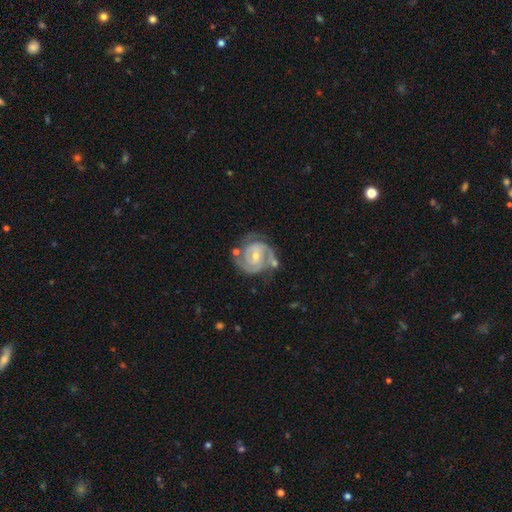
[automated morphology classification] The model was most divided on "bar": weak: 45%, no: 40%, strong: 15%. More confident: edge-on disk — no (98%); spiral arms — yes (97%); smooth or featured — featured or disk (89%); spiral arm count — 2 (65%); spiral winding — tight (63%); merging — none (58%); bulge size — small (52%).